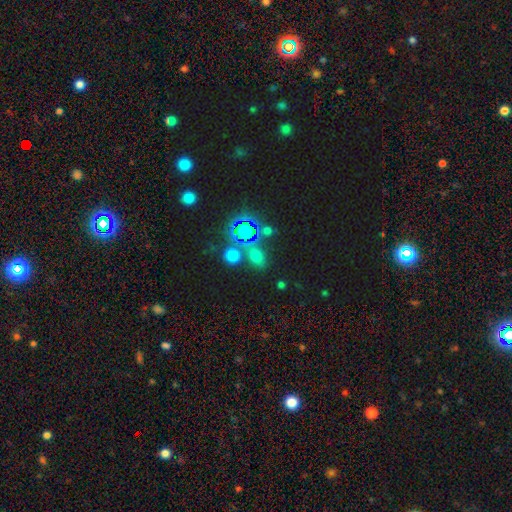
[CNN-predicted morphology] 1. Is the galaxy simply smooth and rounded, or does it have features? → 56% smooth, 35% star or artifact, 9% featured or disk.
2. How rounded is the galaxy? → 54% in between, 43% round, 3% cigar-shaped.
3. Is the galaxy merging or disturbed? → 70% none, 13% merger, 12% minor disturbance, 6% major disturbance.